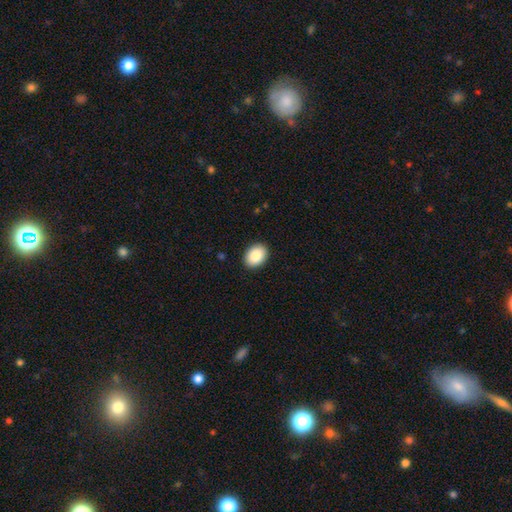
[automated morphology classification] Smooth or featured?
  - smooth: 87% *
  - star or artifact: 7%
  - featured or disk: 6%
How rounded?
  - in between: 73% *
  - round: 26%
  - cigar-shaped: 1%
Merging?
  - none: 91% *
  - minor disturbance: 7%
  - major disturbance: 2%
  - merger: 1%